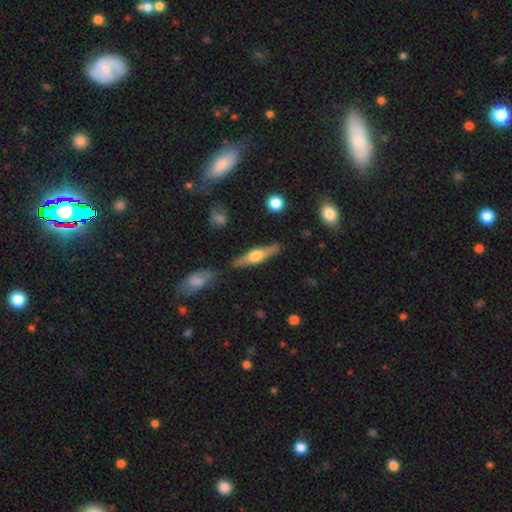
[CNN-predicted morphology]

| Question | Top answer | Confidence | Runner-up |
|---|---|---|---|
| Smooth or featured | featured or disk | 61% | smooth (34%) |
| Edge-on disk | yes | 94% | no (6%) |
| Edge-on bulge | rounded | 92% | boxy (5%) |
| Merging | none | 83% | minor disturbance (11%) |